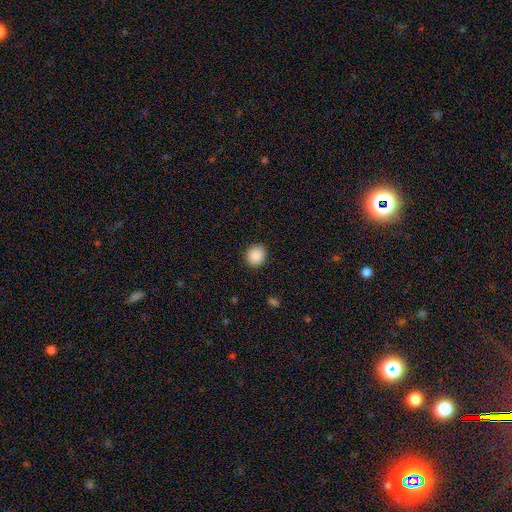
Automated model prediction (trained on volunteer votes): Smooth or featured?
  - smooth: 89% *
  - star or artifact: 8%
  - featured or disk: 3%
How rounded?
  - round: 86% *
  - in between: 13%
  - cigar-shaped: 1%
Merging?
  - none: 91% *
  - minor disturbance: 6%
  - major disturbance: 2%
  - merger: 1%